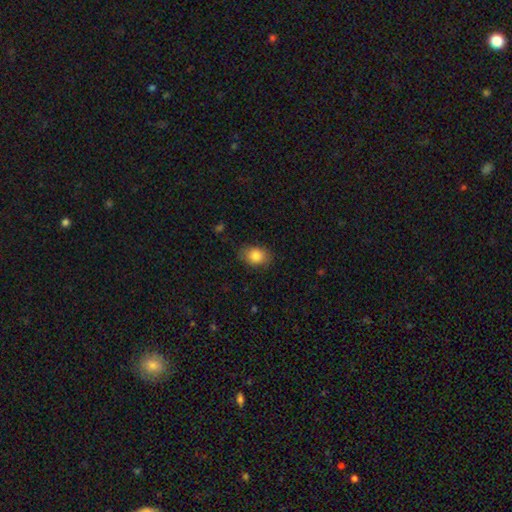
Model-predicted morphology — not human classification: type=smooth (86%); roundness=in between (72%); merging=none (80%).